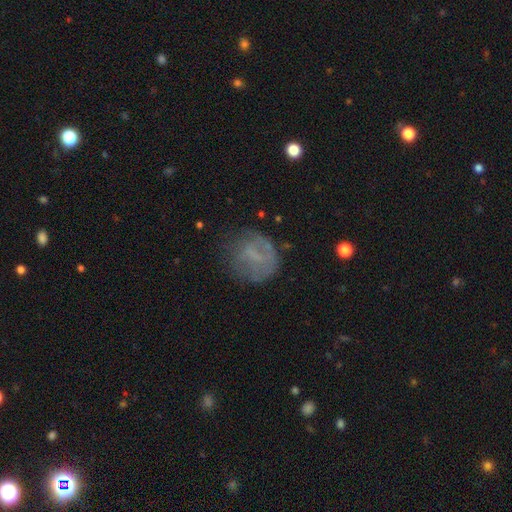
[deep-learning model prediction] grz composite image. It shows a smooth galaxy with no disk features (47%). Merging: none (56%).